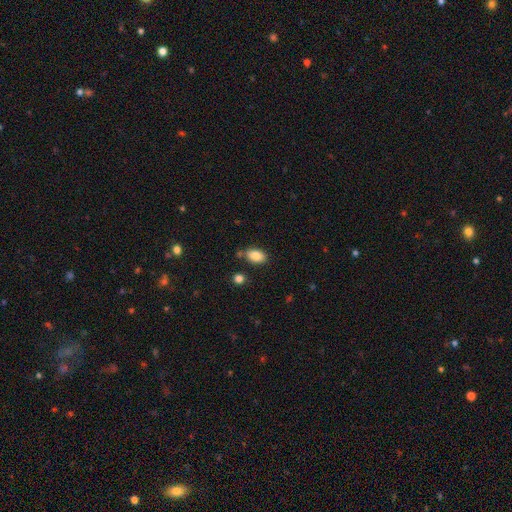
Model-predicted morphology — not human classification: Overall: smooth (87%). How rounded: in between (90%). Merging: none (74%).